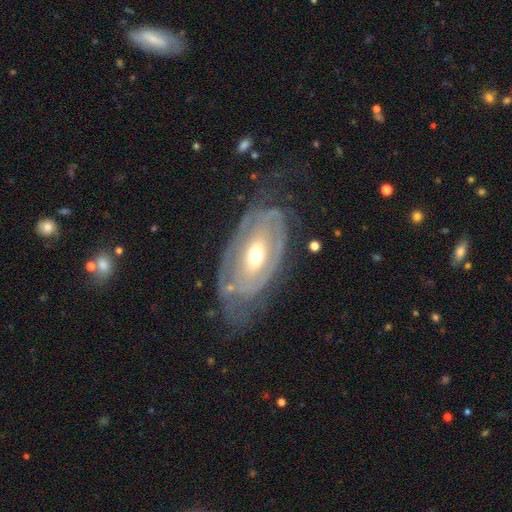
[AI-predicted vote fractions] Q: Smooth or featured?
A: featured or disk (79%); runner-up: smooth (16%)
Q: Edge-on disk?
A: no (92%); runner-up: yes (8%)
Q: Bar?
A: no (59%); runner-up: weak (27%)
Q: Spiral arms?
A: yes (71%); runner-up: no (29%)
Q: Spiral winding?
A: tight (67%); runner-up: medium (23%)
Q: Spiral arm count?
A: can't tell (46%); runner-up: 2 (32%)
Q: Bulge size?
A: moderate (62%); runner-up: small (31%)
Q: Merging?
A: none (57%); runner-up: minor disturbance (23%)